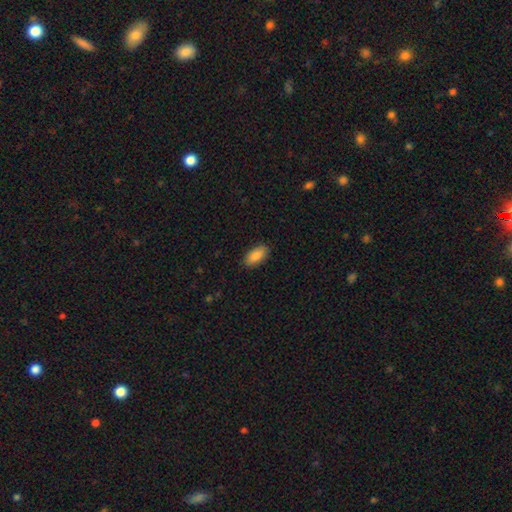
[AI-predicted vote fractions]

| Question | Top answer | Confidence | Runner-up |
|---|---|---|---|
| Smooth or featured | smooth | 86% | featured or disk (8%) |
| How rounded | in between | 90% | cigar-shaped (7%) |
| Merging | none | 88% | minor disturbance (9%) |